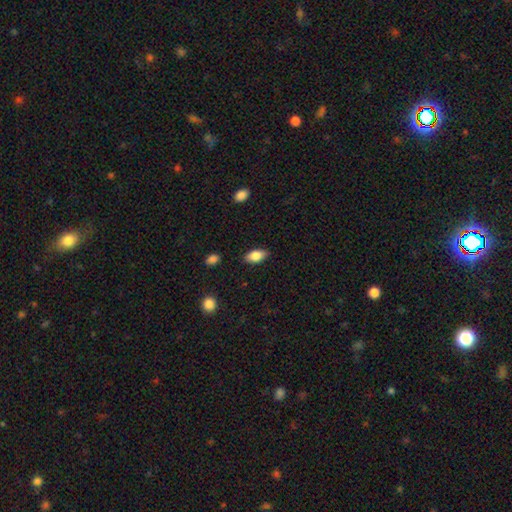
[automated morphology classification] The model was most divided on "smooth or featured": smooth: 81%, featured or disk: 11%, star or artifact: 7%. More confident: how rounded — in between (90%); merging — none (85%).